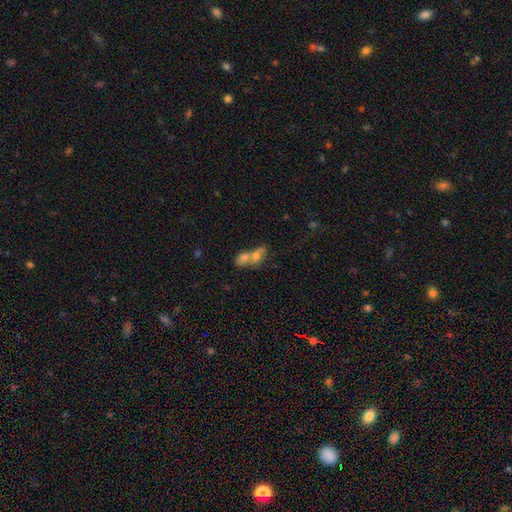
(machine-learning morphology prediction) smooth 59%, featured or disk 26%, star or artifact 15%. Down the decision tree: how rounded — in between (66%); merging — merger (71%).